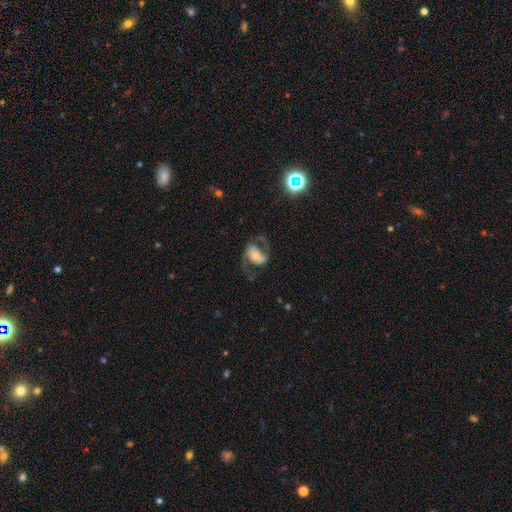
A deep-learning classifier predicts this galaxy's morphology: Smooth or featured?
  - featured or disk: 78% *
  - smooth: 15%
  - star or artifact: 7%
Edge-on disk?
  - no: 96% *
  - yes: 4%
Bar?
  - no: 37% *
  - weak: 32%
  - strong: 31%
Spiral arms?
  - yes: 89% *
  - no: 11%
Spiral winding?
  - medium: 51% *
  - loose: 37%
  - tight: 13%
Spiral arm count?
  - 2: 90% *
  - can't tell: 4%
  - 1: 3%
  - 3: 1%
  - 4: 1%
  - more than 4: 1%
Bulge size?
  - moderate: 51% *
  - small: 34%
  - large: 11%
  - none: 2%
  - dominant: 2%
Merging?
  - none: 65% *
  - major disturbance: 18%
  - minor disturbance: 15%
  - merger: 2%